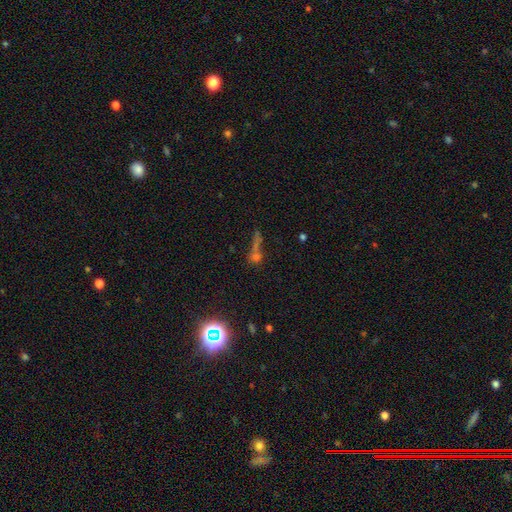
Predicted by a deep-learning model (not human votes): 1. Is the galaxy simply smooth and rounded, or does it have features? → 46% star or artifact, 35% smooth, 19% featured or disk.